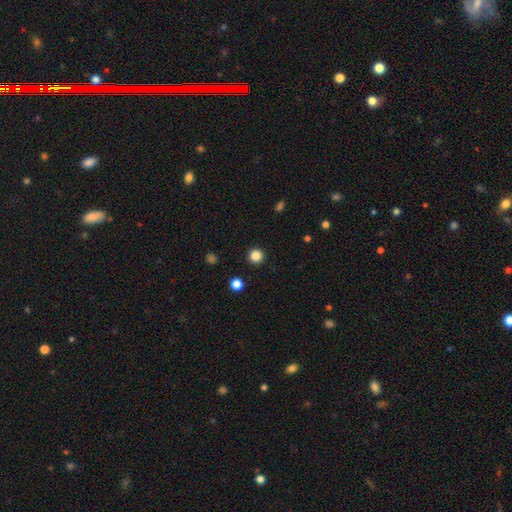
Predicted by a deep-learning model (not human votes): A smooth galaxy with no disk features (85%) that is round (96%). Merging: none (93%).